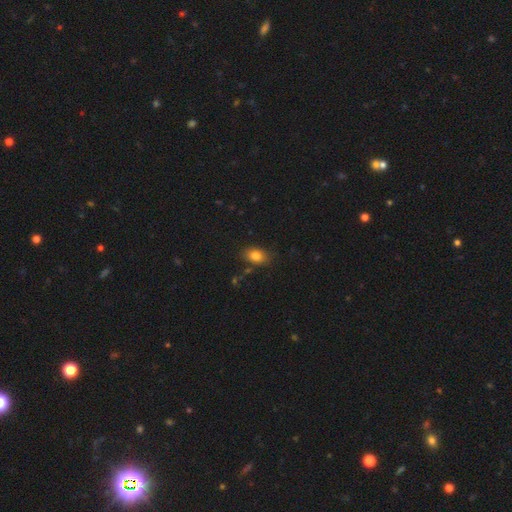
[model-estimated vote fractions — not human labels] A smooth galaxy with no disk features (82%) that is in between round and cigar-shaped (80%). Merging: none (80%).